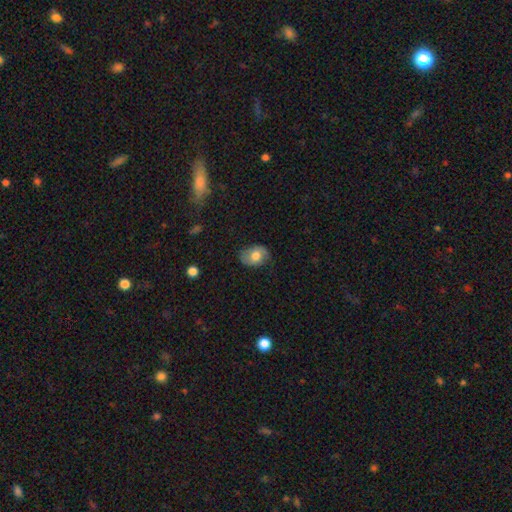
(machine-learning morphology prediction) A smooth galaxy with no disk features (68%) that is in between round and cigar-shaped (70%). Merging: none (75%).